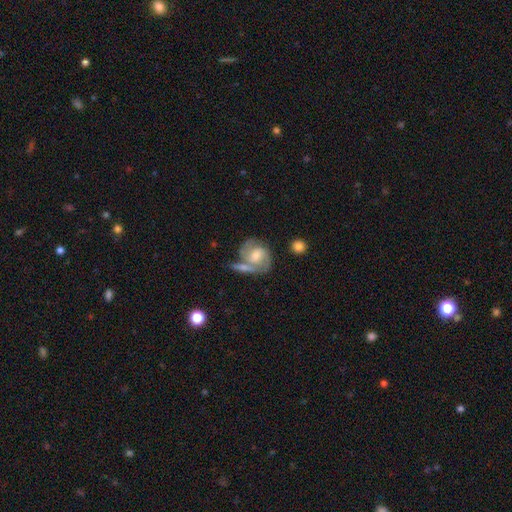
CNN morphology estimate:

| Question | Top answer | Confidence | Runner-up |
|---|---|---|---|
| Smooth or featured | featured or disk | 77% | smooth (17%) |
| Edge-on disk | no | 97% | yes (3%) |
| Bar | no | 53% | weak (38%) |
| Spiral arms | yes | 93% | no (7%) |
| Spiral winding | medium | 47% | tight (41%) |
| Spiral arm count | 2 | 73% | can't tell (11%) |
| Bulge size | moderate | 53% | small (31%) |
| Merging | none | 48% | merger (25%) |